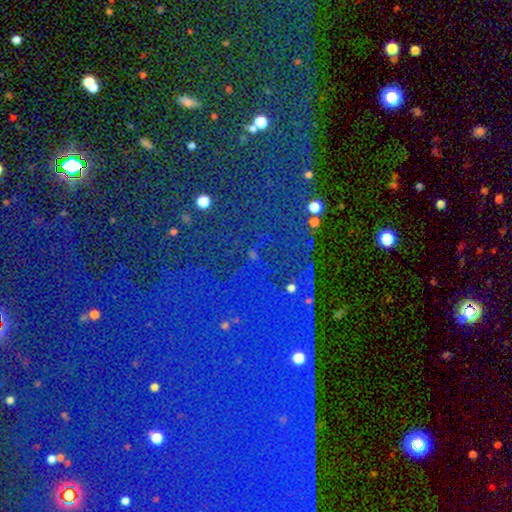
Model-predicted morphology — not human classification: smooth-or-featured: star or artifact: 83% | smooth: 9% | featured or disk: 8%